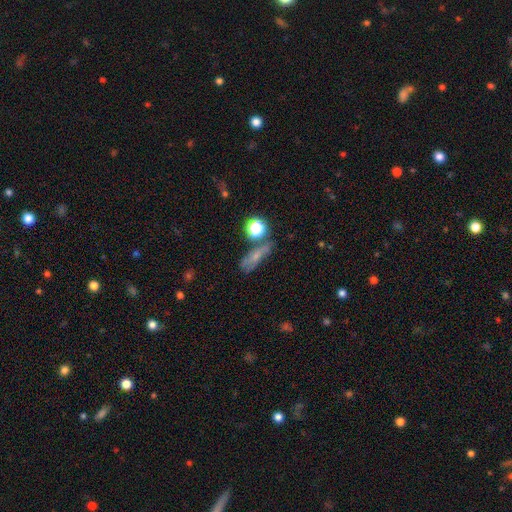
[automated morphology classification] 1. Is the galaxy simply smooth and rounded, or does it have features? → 55% smooth, 26% featured or disk, 19% star or artifact.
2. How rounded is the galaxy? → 45% in between, 35% cigar-shaped, 20% round.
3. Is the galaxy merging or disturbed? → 52% none, 22% minor disturbance, 13% major disturbance, 12% merger.